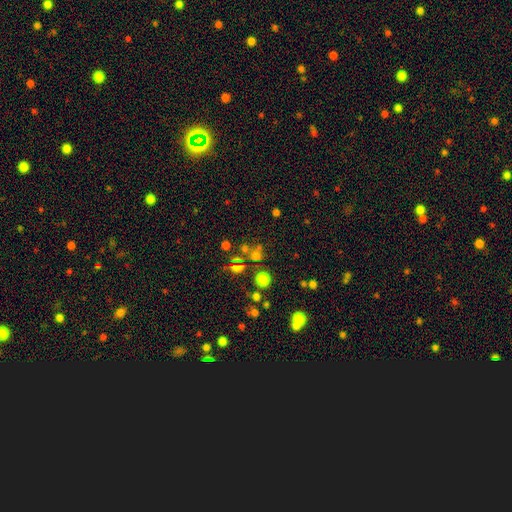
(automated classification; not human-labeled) smooth-or-featured: smooth: 58% | star or artifact: 32% | featured or disk: 10%
  how-rounded: round: 86% | in between: 13% | cigar-shaped: 1%
  merging: none: 66% | merger: 19% | minor disturbance: 9% | major disturbance: 6%